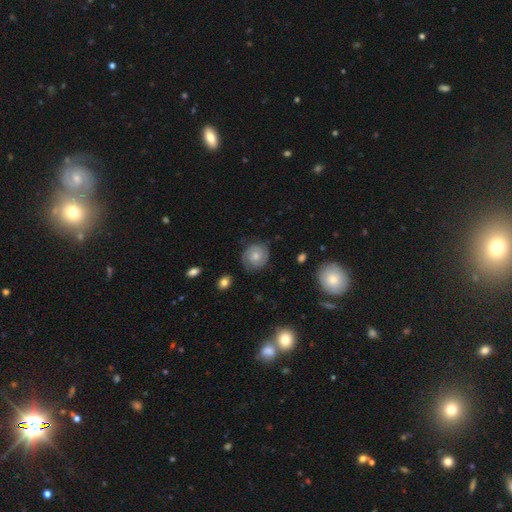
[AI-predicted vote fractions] The model was most divided on "bulge size": moderate: 55%, small: 36%, large: 4%, none: 3%, dominant: 1%. More confident: edge-on disk — no (98%); spiral arms — yes (91%); merging — none (80%); spiral arm count — 2 (76%); bar — no (76%); spiral winding — tight (68%); smooth or featured — featured or disk (67%).